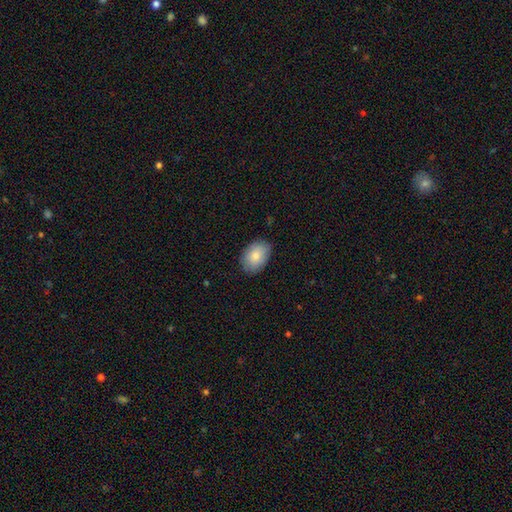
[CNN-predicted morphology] A smooth galaxy with no disk features (84%) that is in between round and cigar-shaped (83%). Merging: none (84%).